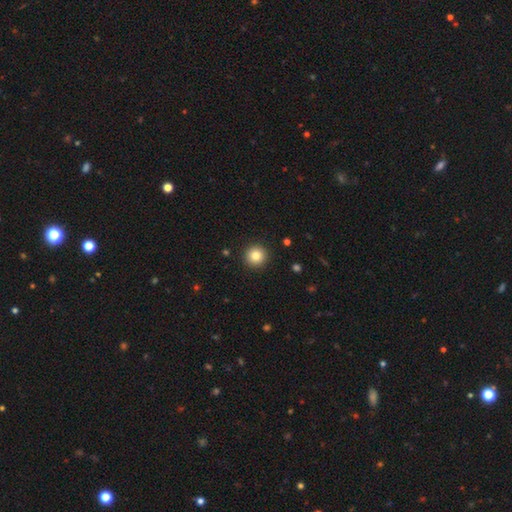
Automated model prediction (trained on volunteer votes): Overall: smooth (83%). How rounded: round (95%). Merging: none (93%).